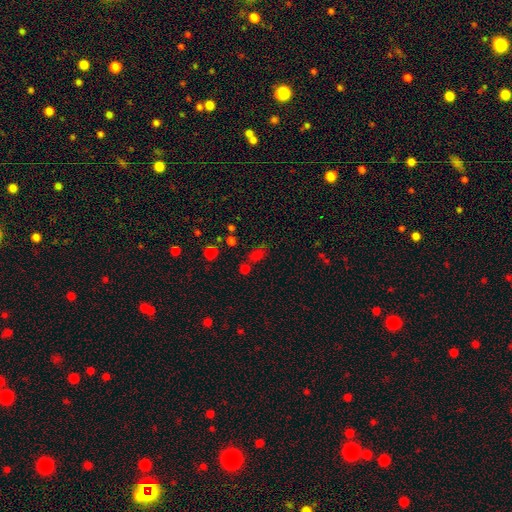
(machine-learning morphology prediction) smooth 60%, star or artifact 31%, featured or disk 8%. Down the decision tree: how rounded — in between (67%); merging — none (55%).